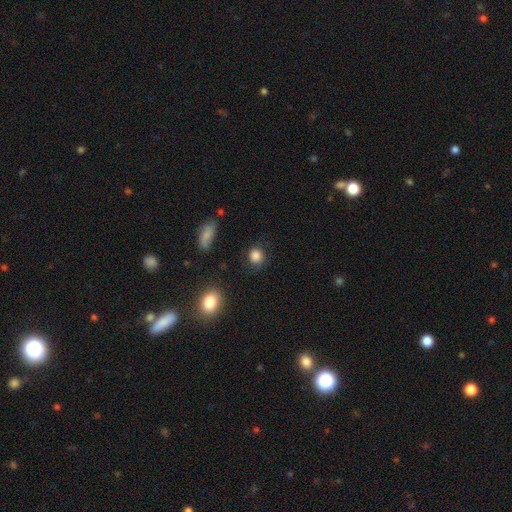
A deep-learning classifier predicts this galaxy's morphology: This appears to be a smooth galaxy with no disk features (84%) that is round (82%). Merging: none (77%).